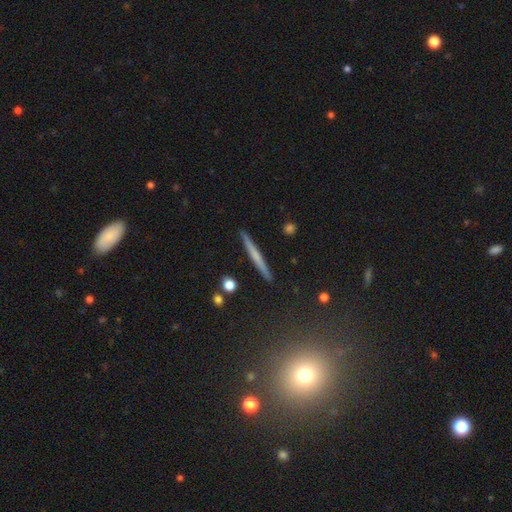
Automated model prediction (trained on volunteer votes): This is possibly a featured or disk galaxy (49%). Merging: clearly none (92%).